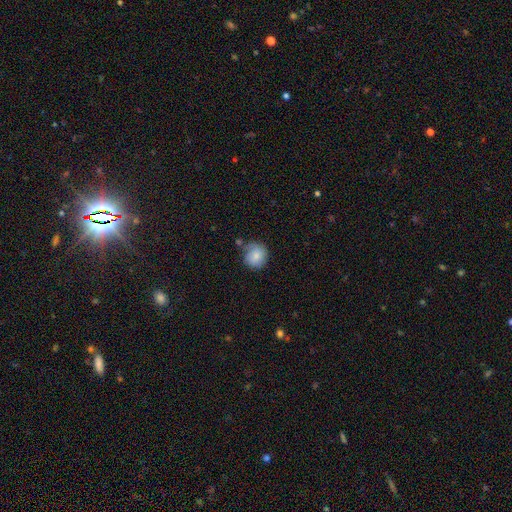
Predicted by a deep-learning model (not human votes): This appears to be a smooth galaxy with no disk features (81%) that is round (88%). Merging: none (66%).